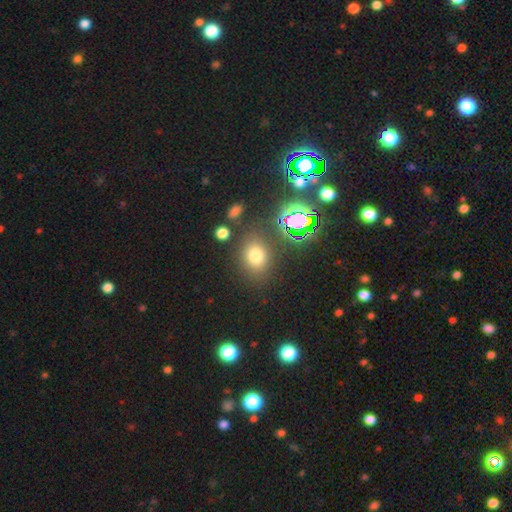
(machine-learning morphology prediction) The model was most divided on "how rounded": round: 50%, in between: 49%, cigar-shaped: 1%. More confident: merging — none (78%); smooth or featured — smooth (68%).